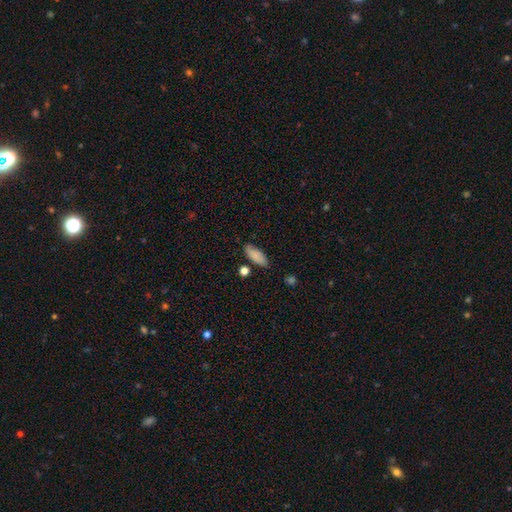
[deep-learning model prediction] Q: Smooth or featured?
A: smooth (86%); runner-up: featured or disk (7%)
Q: How rounded?
A: in between (75%); runner-up: cigar-shaped (22%)
Q: Merging?
A: none (80%); runner-up: minor disturbance (13%)